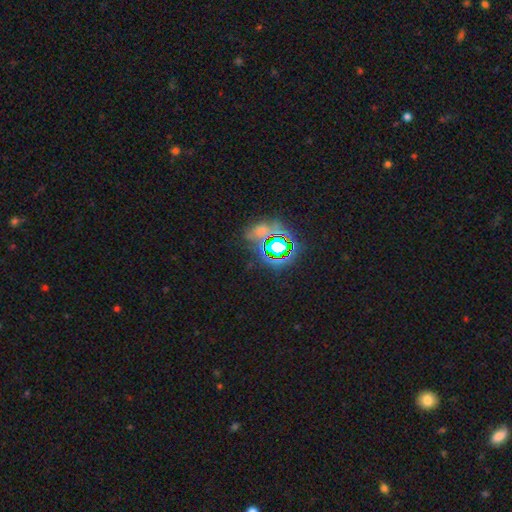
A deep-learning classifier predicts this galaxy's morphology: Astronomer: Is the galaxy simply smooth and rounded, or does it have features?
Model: star or artifact — 70%.